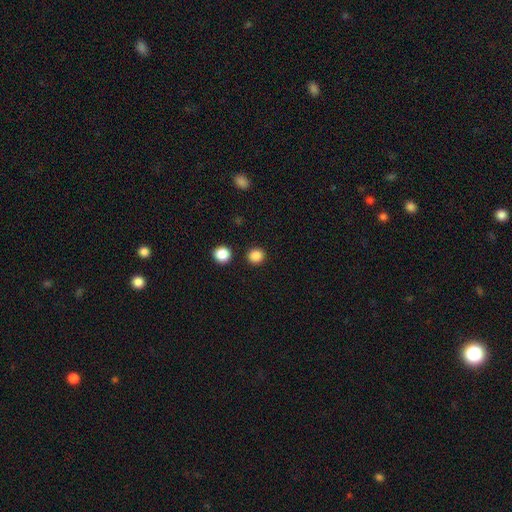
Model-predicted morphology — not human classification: type=smooth (85%); roundness=round (92%); merging=none (91%).